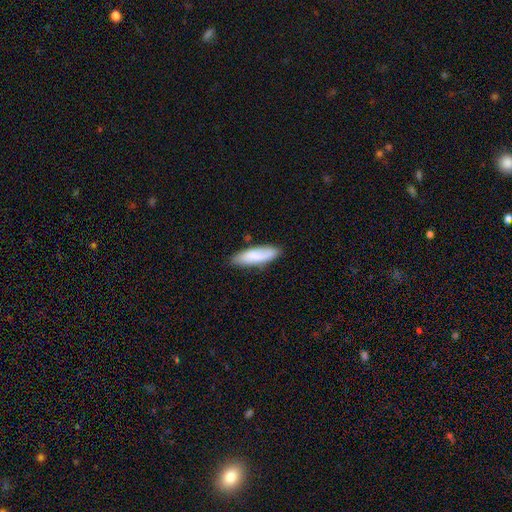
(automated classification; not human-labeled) This appears to be a smooth galaxy with no disk features (79%) that is in between round and cigar-shaped (56%). Merging: none (80%).